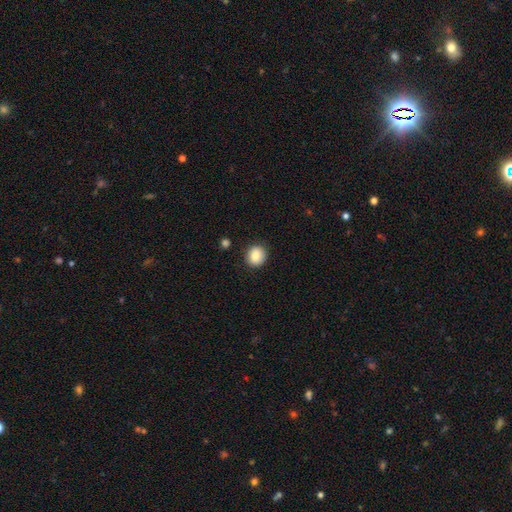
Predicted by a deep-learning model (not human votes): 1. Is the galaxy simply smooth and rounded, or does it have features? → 86% smooth, 8% star or artifact, 5% featured or disk.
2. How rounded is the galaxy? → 81% round, 18% in between, 1% cigar-shaped.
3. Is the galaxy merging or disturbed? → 89% none, 8% minor disturbance, 2% major disturbance, 2% merger.